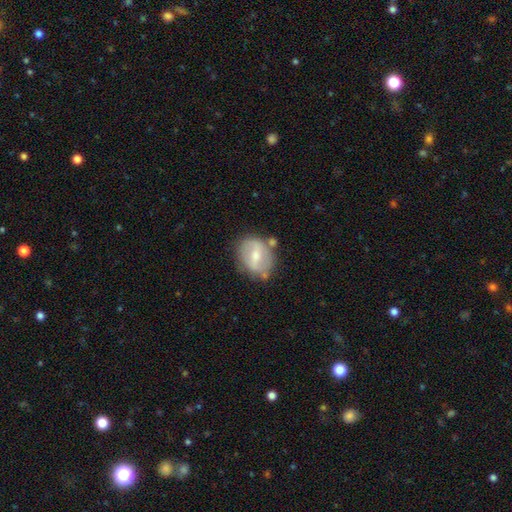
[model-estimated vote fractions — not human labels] This is possibly a featured or disk galaxy (55%). It is clearly not viewed edge-on (94%). Bar: marginally weak (42%, tied with strong). Spiral arm pattern: possibly no (58%). Central bulge: possibly moderate (58%). Merging: likely none (68%).